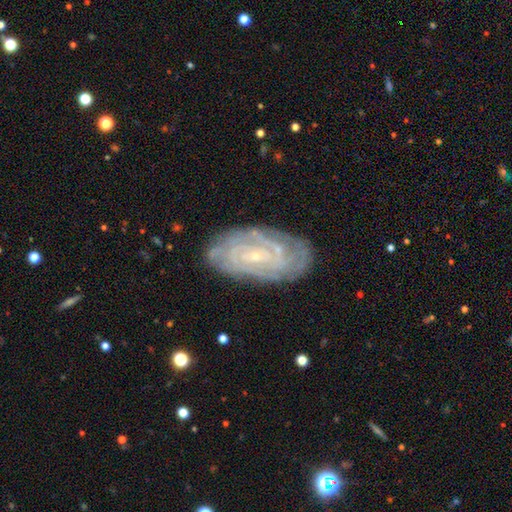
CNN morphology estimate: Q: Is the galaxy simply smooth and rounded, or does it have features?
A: featured or disk — 81%.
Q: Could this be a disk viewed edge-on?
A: no — 95%.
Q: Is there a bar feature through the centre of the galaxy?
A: no — 49%.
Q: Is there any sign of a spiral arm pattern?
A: yes — 93%.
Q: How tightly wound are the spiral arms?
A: tight — 76%.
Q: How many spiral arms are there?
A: can't tell — 44%.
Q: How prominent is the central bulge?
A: small — 84%.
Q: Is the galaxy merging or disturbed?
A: none — 80%.